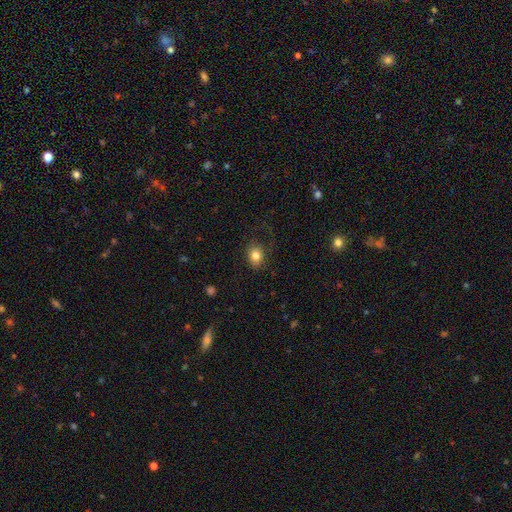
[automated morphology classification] Q: Smooth or featured?
A: smooth (81%); runner-up: star or artifact (10%)
Q: How rounded?
A: in between (55%); runner-up: round (44%)
Q: Merging?
A: none (74%); runner-up: minor disturbance (15%)